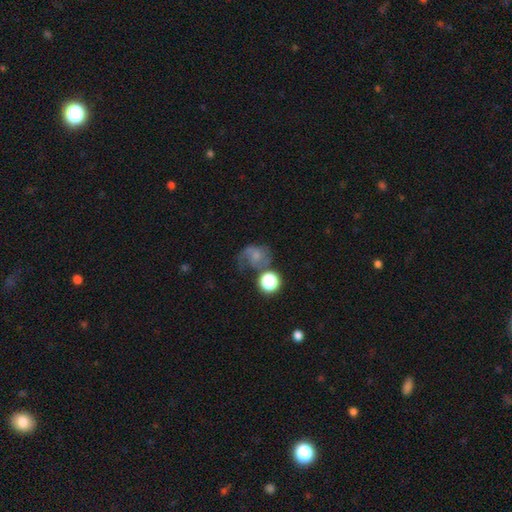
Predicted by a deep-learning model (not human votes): A featured or disk galaxy (43%). Merging: major disturbance (36%).